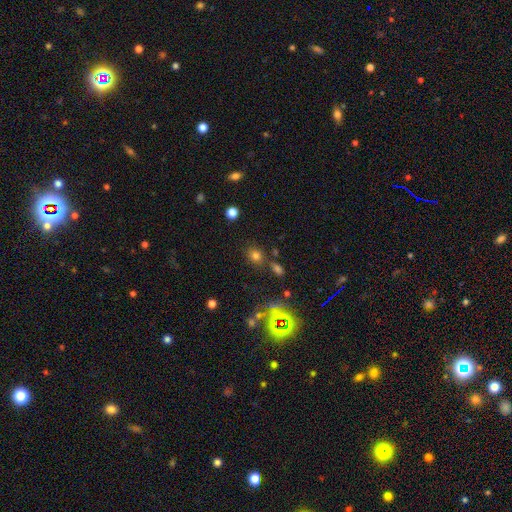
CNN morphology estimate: Smooth or featured?
  - smooth: 70% *
  - star or artifact: 21%
  - featured or disk: 8%
How rounded?
  - round: 73% *
  - in between: 25%
  - cigar-shaped: 1%
Merging?
  - none: 73% *
  - minor disturbance: 12%
  - merger: 10%
  - major disturbance: 5%